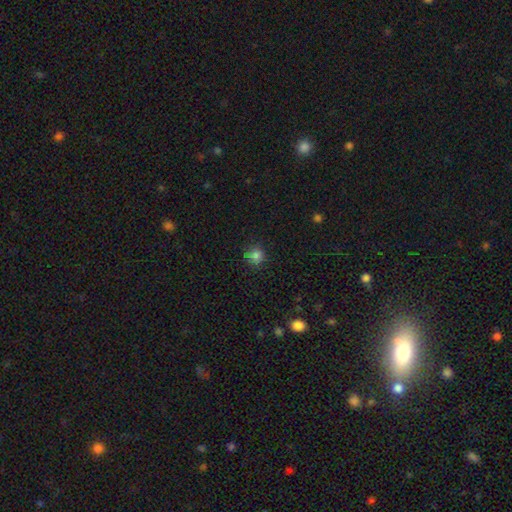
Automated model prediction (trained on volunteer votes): Smooth or featured? smooth (80%)
How rounded? round (87%)
Merging? none (77%)